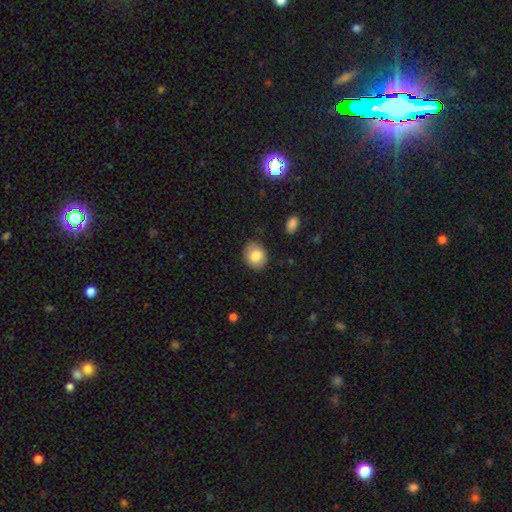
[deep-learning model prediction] Overall: smooth (82%). How rounded: in between (50%; round 49%). Merging: none (84%).